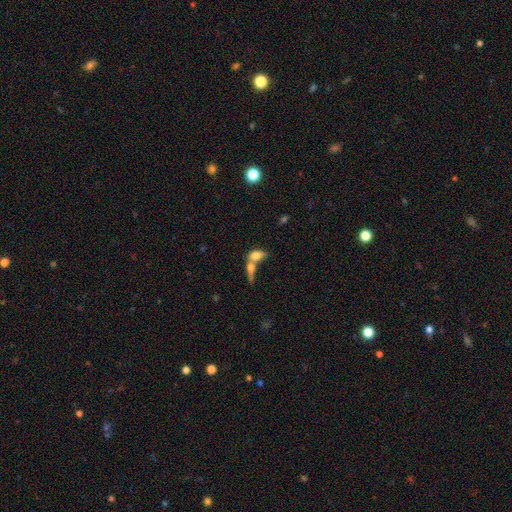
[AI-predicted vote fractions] A smooth galaxy with no disk features (69%) that is in between round and cigar-shaped (77%).

Vote fractions:
- Smooth or featured? smooth: 69% / featured or disk: 23% / star or artifact: 8%
- How rounded? in between: 77% / round: 14% / cigar-shaped: 10%
- Merging? merger: 70% / none: 17% / minor disturbance: 7% / major disturbance: 6%